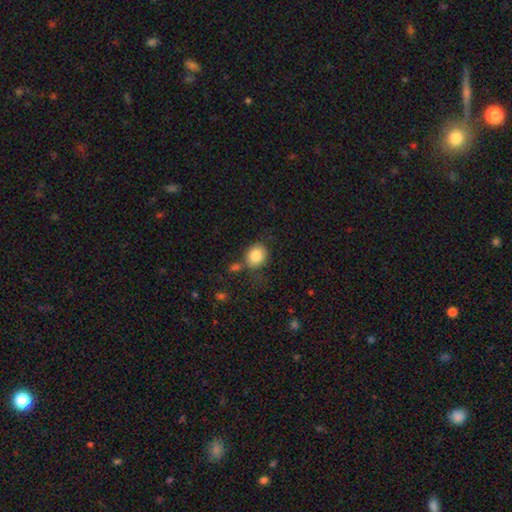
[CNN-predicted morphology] Smooth or featured? smooth (84%)
How rounded? round (68%)
Merging? none (66%)